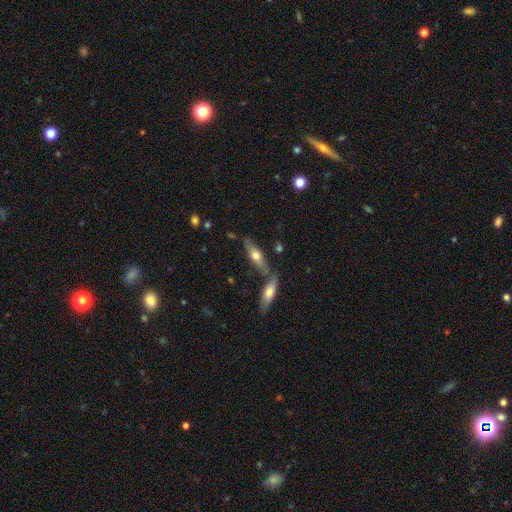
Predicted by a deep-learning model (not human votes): A smooth galaxy with no disk features (52%) that is cigar-shaped (54%).

Vote fractions:
- Smooth or featured? smooth: 52% / featured or disk: 42% / star or artifact: 6%
- How rounded? cigar-shaped: 54% / in between: 43% / round: 2%
- Merging? none: 61% / merger: 25% / minor disturbance: 11% / major disturbance: 3%